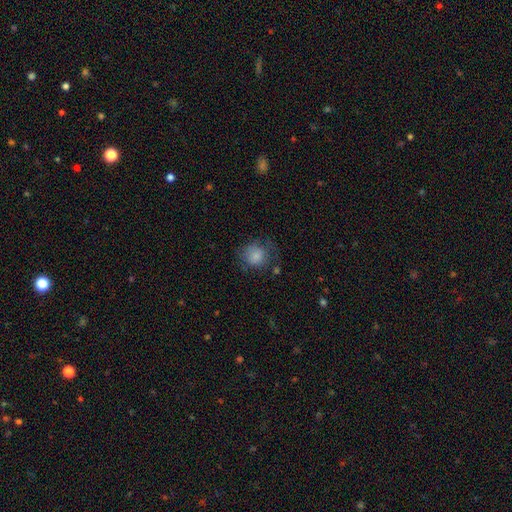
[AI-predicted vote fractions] Smooth or featured? smooth (83%)
How rounded? round (84%)
Merging? none (66%)